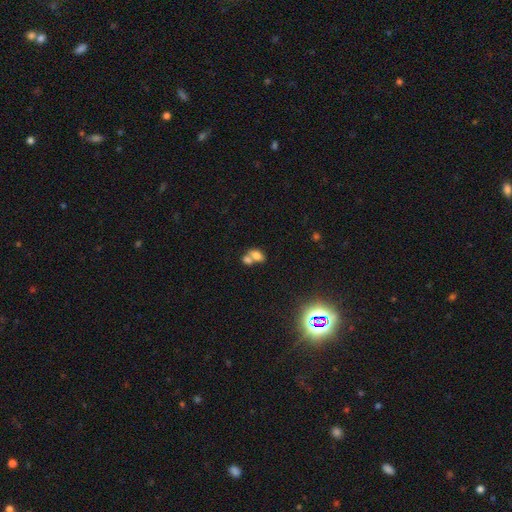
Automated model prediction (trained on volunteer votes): smooth 73%, featured or disk 15%, star or artifact 12%. Down the decision tree: how rounded — in between (83%); merging — merger (64%).